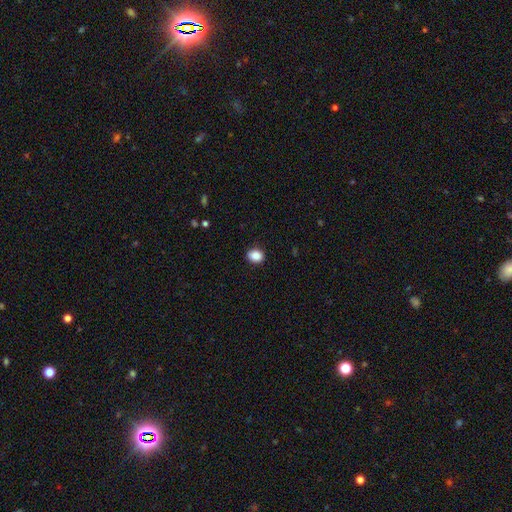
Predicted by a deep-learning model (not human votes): smooth 88%, star or artifact 9%, featured or disk 3%. Down the decision tree: how rounded — in between (50%); merging — none (89%).